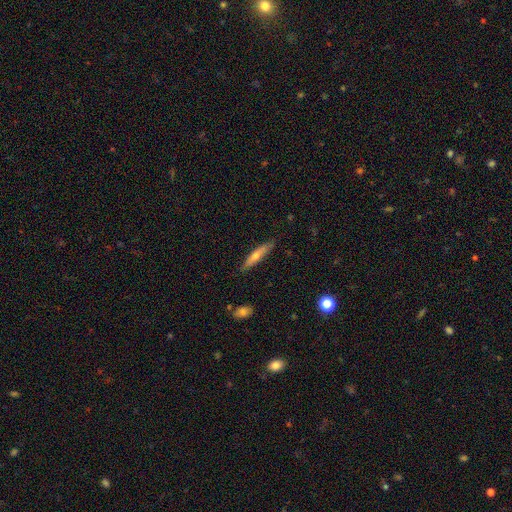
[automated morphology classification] Smooth or featured?
  - smooth: 50% *
  - featured or disk: 44%
  - star or artifact: 7%
Merging?
  - none: 86% *
  - minor disturbance: 11%
  - major disturbance: 2%
  - merger: 1%